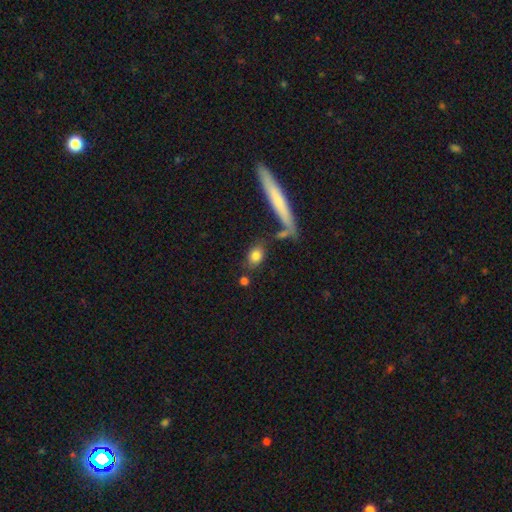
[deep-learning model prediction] Q: Smooth or featured?
A: smooth (80%); runner-up: featured or disk (12%)
Q: How rounded?
A: in between (67%); runner-up: round (23%)
Q: Merging?
A: none (69%); runner-up: minor disturbance (15%)